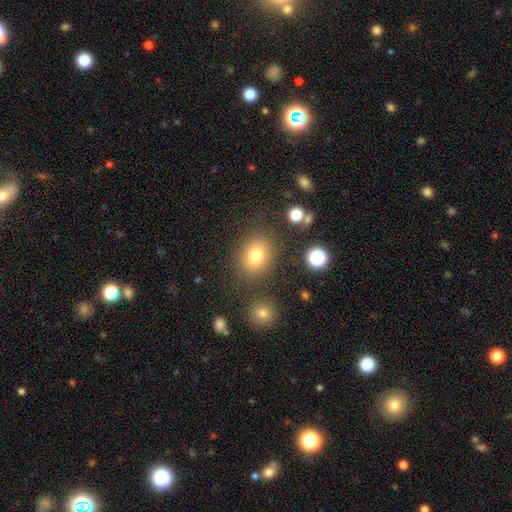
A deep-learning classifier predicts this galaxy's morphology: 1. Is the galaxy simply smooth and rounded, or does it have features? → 77% smooth, 14% star or artifact, 9% featured or disk.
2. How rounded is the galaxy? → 58% round, 41% in between, 1% cigar-shaped.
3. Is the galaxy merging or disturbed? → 80% none, 11% minor disturbance, 5% merger, 5% major disturbance.